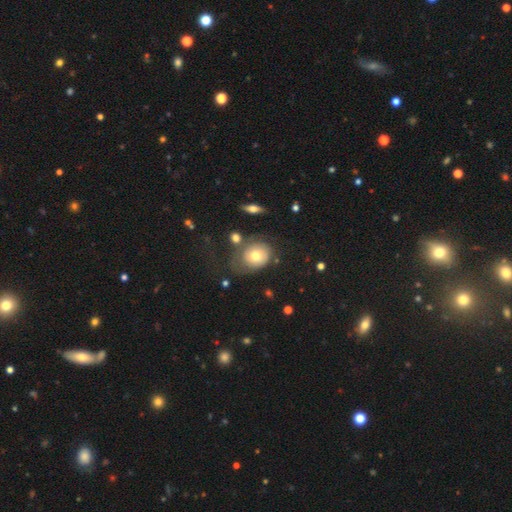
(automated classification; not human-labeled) Q: Smooth or featured?
A: smooth (59%); runner-up: featured or disk (32%)
Q: How rounded?
A: round (56%); runner-up: in between (43%)
Q: Merging?
A: none (42%); runner-up: major disturbance (25%)